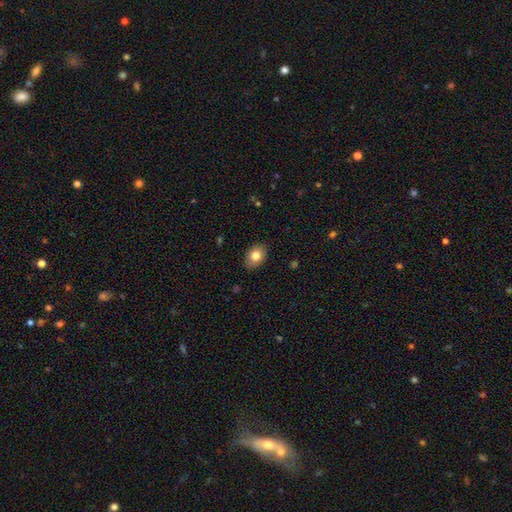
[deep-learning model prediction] A smooth galaxy with no disk features (81%) that is in between round and cigar-shaped (77%).

Vote fractions:
- Smooth or featured? smooth: 81% / featured or disk: 11% / star or artifact: 8%
- How rounded? in between: 77% / round: 22% / cigar-shaped: 1%
- Merging? none: 86% / minor disturbance: 11% / major disturbance: 2% / merger: 1%